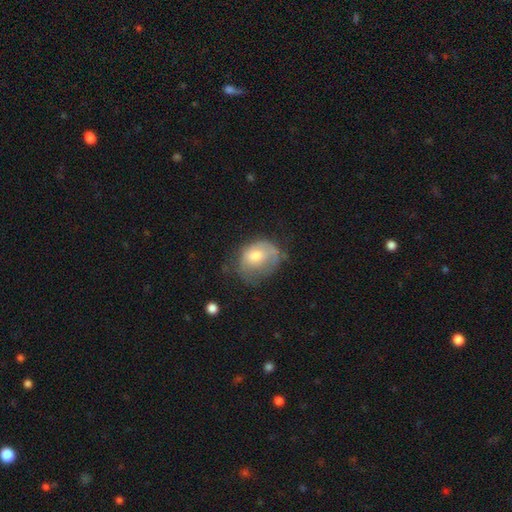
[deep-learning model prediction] Smooth or featured? smooth (57%)
How rounded? in between (58%)
Merging? none (37%)